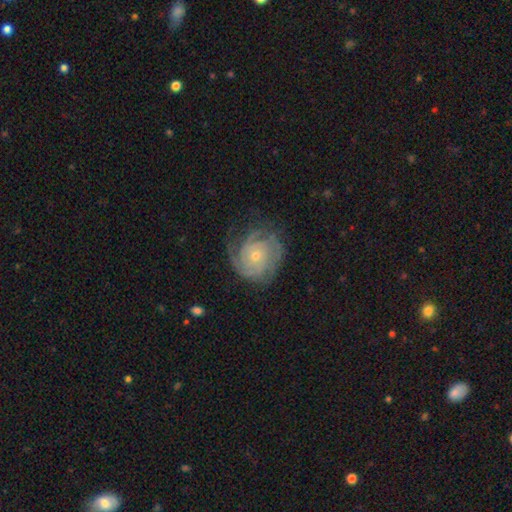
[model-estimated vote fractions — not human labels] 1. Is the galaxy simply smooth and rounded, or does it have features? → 84% featured or disk, 10% smooth, 6% star or artifact.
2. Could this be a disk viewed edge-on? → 98% no, 2% yes.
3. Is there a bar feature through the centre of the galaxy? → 80% no, 17% weak, 3% strong.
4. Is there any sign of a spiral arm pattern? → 96% yes, 4% no.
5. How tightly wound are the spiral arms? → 71% tight, 24% medium, 6% loose.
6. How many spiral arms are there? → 28% can't tell, 27% 3, 20% 2, 13% 4, 7% 1, 6% more than 4.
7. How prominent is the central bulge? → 66% small, 31% moderate, 1% large, 1% none, 1% dominant.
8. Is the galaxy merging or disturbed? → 70% none, 19% minor disturbance, 10% major disturbance, 1% merger.